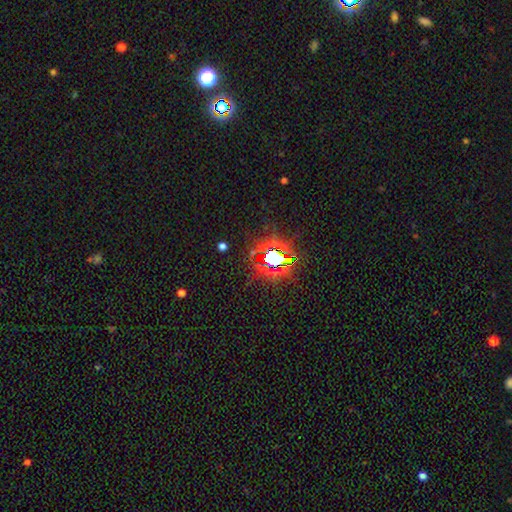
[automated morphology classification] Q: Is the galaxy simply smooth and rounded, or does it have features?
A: star or artifact — 74%.